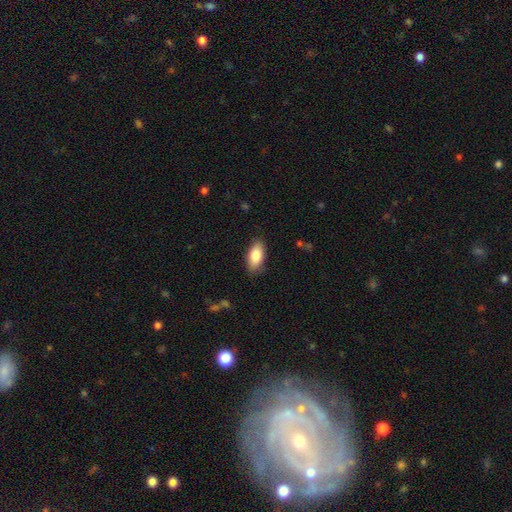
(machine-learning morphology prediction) Overall: smooth (84%). How rounded: in between (91%). Merging: none (84%).